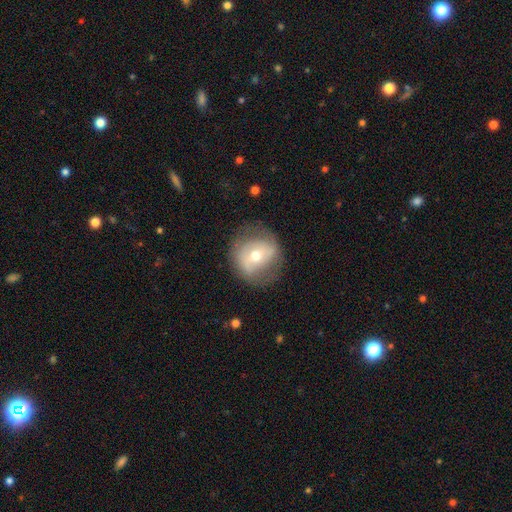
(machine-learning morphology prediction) featured or disk 55%, smooth 37%, star or artifact 8%. Down the decision tree: edge-on disk — no (96%); bar — no (41%); spiral arms — yes (60%); bulge size — moderate (60%); merging — none (69%).